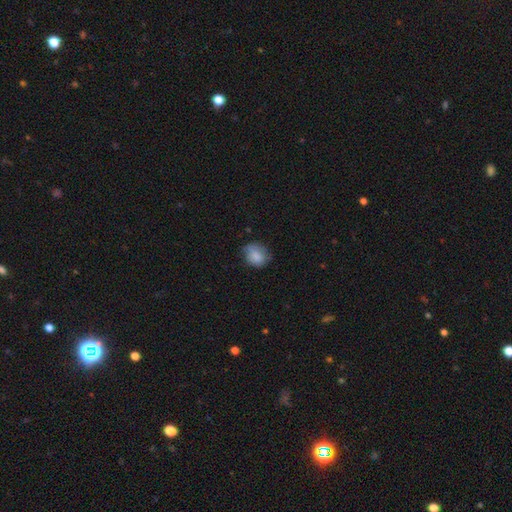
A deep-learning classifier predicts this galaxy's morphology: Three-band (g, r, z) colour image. It shows a smooth galaxy with no disk features (82%) that is round (54%). Merging: none (59%).